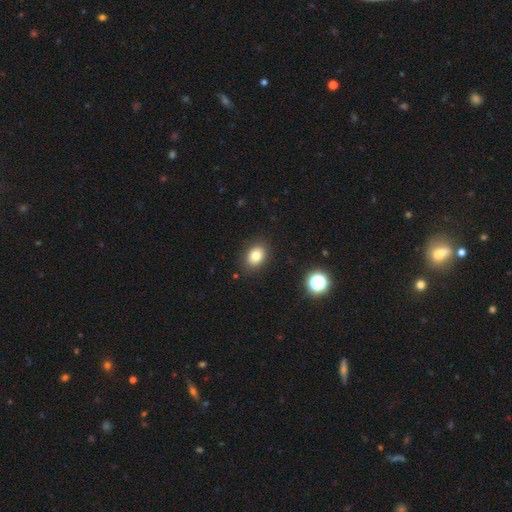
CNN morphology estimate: Smooth or featured? smooth (80%)
How rounded? in between (66%)
Merging? none (87%)